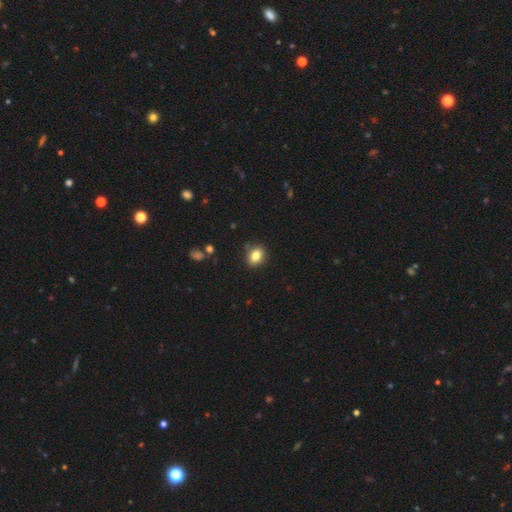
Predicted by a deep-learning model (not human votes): A smooth galaxy with no disk features (82%) that is in between round and cigar-shaped (53%). Merging: none (85%).